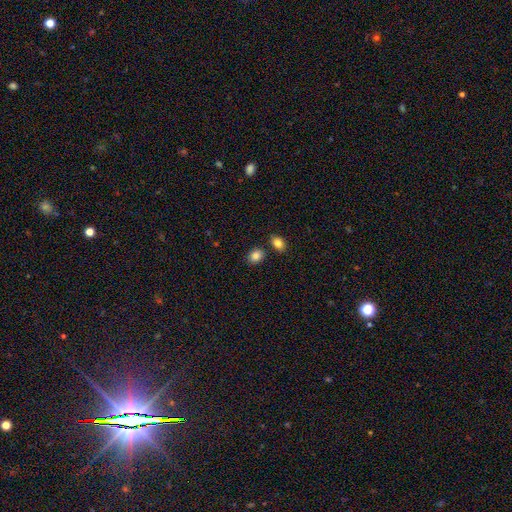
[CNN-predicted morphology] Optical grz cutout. It shows a smooth galaxy with no disk features (86%) that is in between round and cigar-shaped (52%). Merging: none (78%).